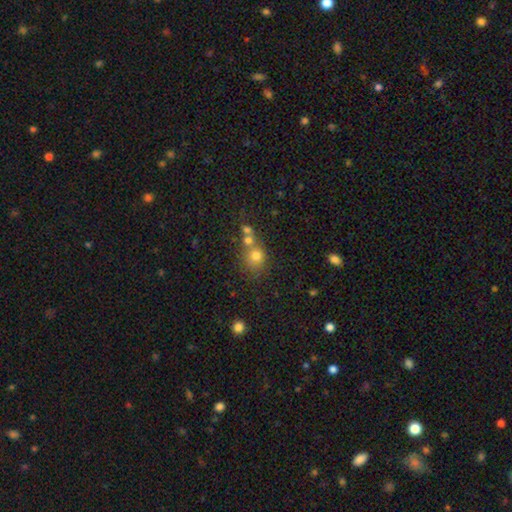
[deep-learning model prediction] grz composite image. It shows a smooth galaxy with no disk features (73%) that is round (75%). Merging: none (45%).